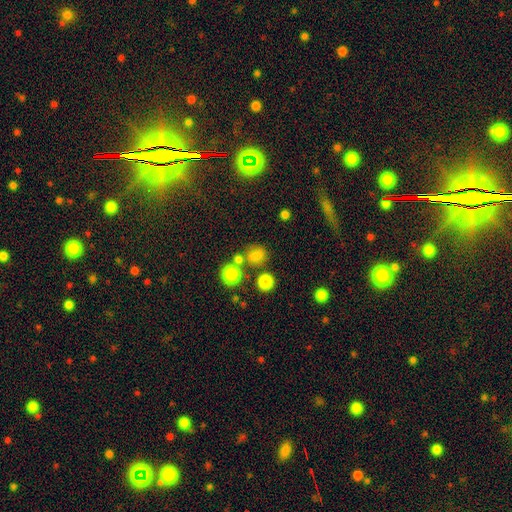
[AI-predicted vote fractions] A smooth galaxy with no disk features (75%) that is round (68%).

Vote fractions:
- Smooth or featured? smooth: 75% / star or artifact: 18% / featured or disk: 7%
- How rounded? round: 68% / in between: 31% / cigar-shaped: 1%
- Merging? none: 67% / merger: 15% / minor disturbance: 13% / major disturbance: 6%